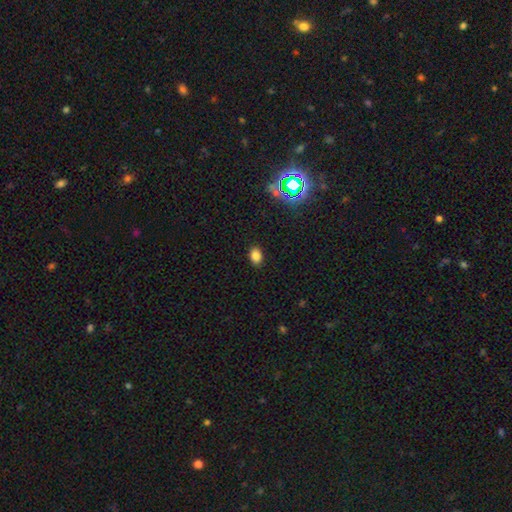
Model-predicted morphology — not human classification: A smooth galaxy with no disk features (82%) that is in between round and cigar-shaped (78%). Merging: none (89%).